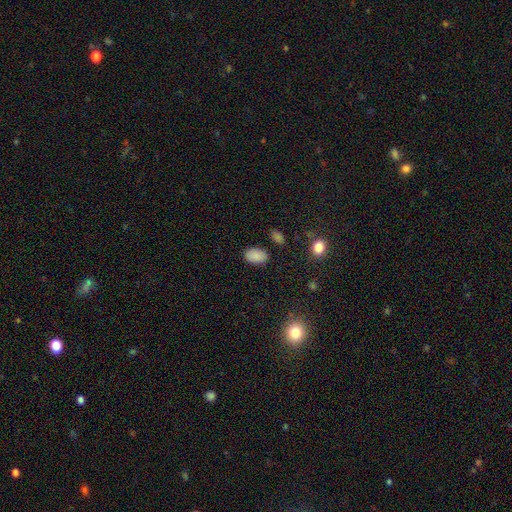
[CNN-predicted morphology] A smooth galaxy with no disk features (86%) that is in between round and cigar-shaped (90%).

Vote fractions:
- Smooth or featured? smooth: 86% / star or artifact: 9% / featured or disk: 4%
- How rounded? in between: 90% / round: 8% / cigar-shaped: 1%
- Merging? none: 84% / minor disturbance: 11% / major disturbance: 3% / merger: 2%